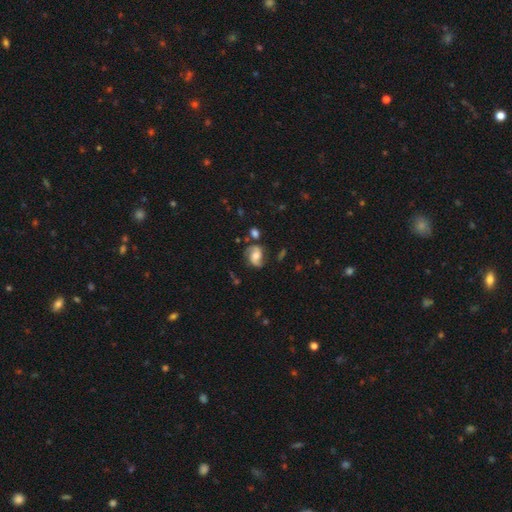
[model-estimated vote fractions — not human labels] Q: Smooth or featured?
A: featured or disk (74%); runner-up: smooth (18%)
Q: Edge-on disk?
A: no (98%); runner-up: yes (2%)
Q: Bar?
A: no (55%); runner-up: weak (35%)
Q: Spiral arms?
A: yes (94%); runner-up: no (6%)
Q: Spiral winding?
A: medium (46%); runner-up: loose (33%)
Q: Spiral arm count?
A: 2 (89%); runner-up: can't tell (4%)
Q: Bulge size?
A: moderate (58%); runner-up: small (22%)
Q: Merging?
A: none (68%); runner-up: minor disturbance (19%)